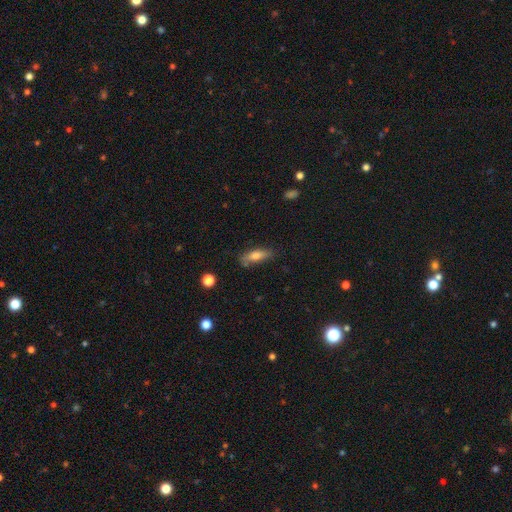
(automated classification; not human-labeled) Smooth or featured? Predicted: smooth (p=0.69). How rounded? Predicted: in between (p=0.54). Merging? Predicted: none (p=0.71).